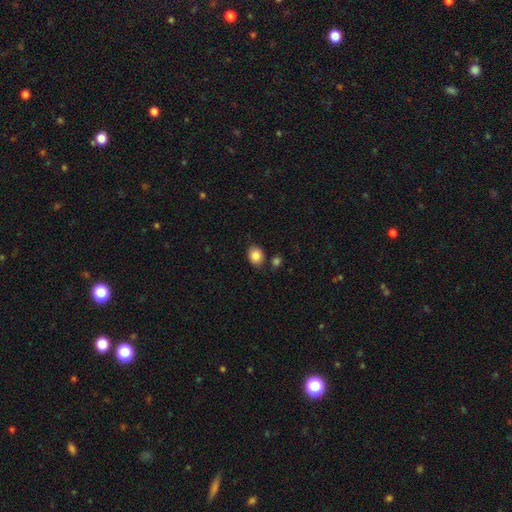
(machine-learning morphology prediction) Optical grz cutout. It shows a smooth galaxy with no disk features (86%) that is in between round and cigar-shaped (58%). Merging: none (79%).